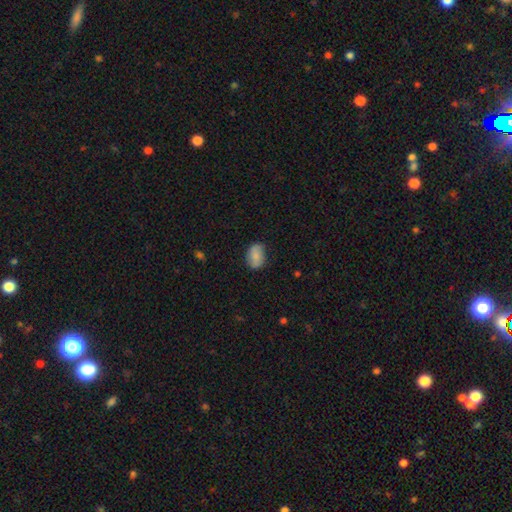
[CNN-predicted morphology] Overall: smooth (78%). How rounded: in between (82%). Merging: none (76%).